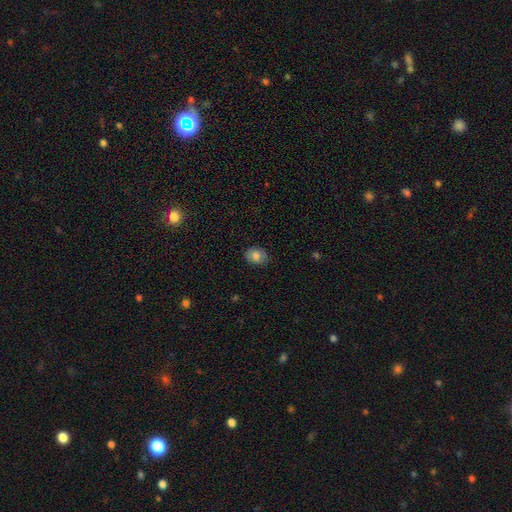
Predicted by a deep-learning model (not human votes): Smooth or featured?
  - smooth: 80% *
  - featured or disk: 11%
  - star or artifact: 9%
How rounded?
  - in between: 59% *
  - round: 40%
  - cigar-shaped: 1%
Merging?
  - none: 84% *
  - minor disturbance: 13%
  - major disturbance: 2%
  - merger: 1%